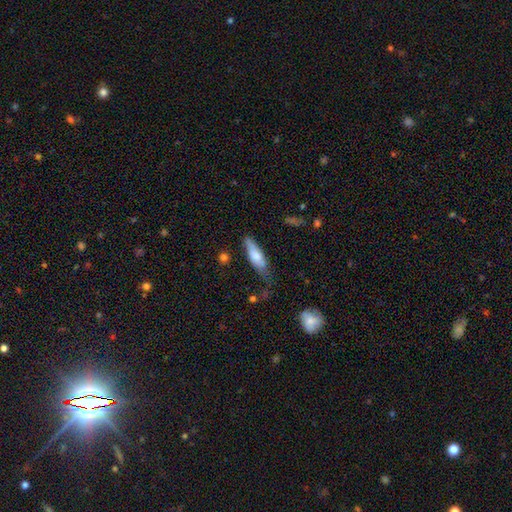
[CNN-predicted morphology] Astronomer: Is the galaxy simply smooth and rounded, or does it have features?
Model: smooth — 70%.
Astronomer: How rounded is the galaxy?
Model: cigar-shaped — 56% (runner-up: in between, 43%).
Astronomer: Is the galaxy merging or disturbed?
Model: none — 54% (runner-up: minor disturbance, 33%).